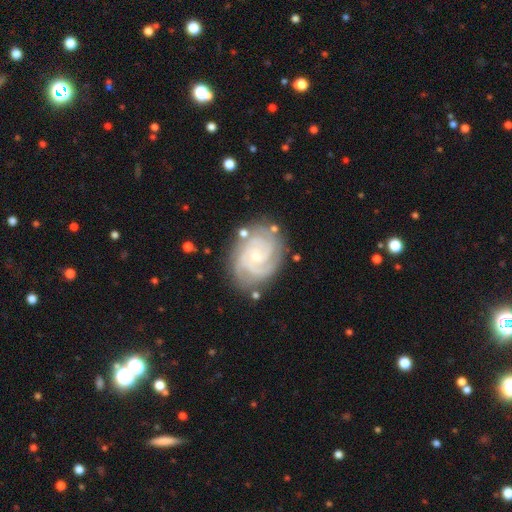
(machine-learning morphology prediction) Q: Smooth or featured?
A: featured or disk (90%); runner-up: smooth (5%)
Q: Edge-on disk?
A: no (98%); runner-up: yes (2%)
Q: Bar?
A: no (70%); runner-up: weak (25%)
Q: Spiral arms?
A: yes (98%); runner-up: no (2%)
Q: Spiral winding?
A: tight (74%); runner-up: medium (23%)
Q: Spiral arm count?
A: 3 (35%); runner-up: 2 (29%)
Q: Bulge size?
A: small (74%); runner-up: moderate (22%)
Q: Merging?
A: none (78%); runner-up: minor disturbance (15%)